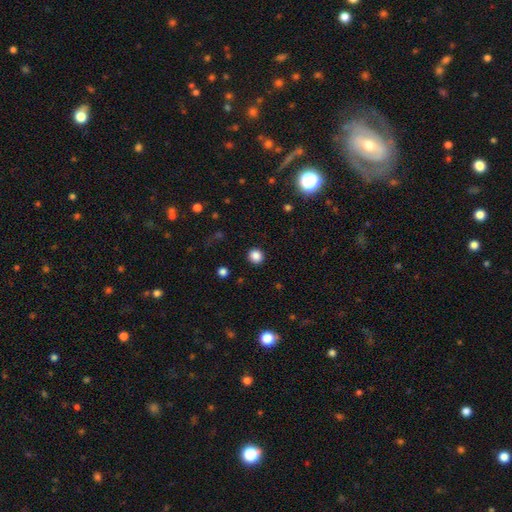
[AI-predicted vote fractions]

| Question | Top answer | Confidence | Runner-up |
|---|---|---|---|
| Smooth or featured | smooth | 85% | star or artifact (12%) |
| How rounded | round | 90% | in between (9%) |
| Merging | none | 91% | minor disturbance (5%) |